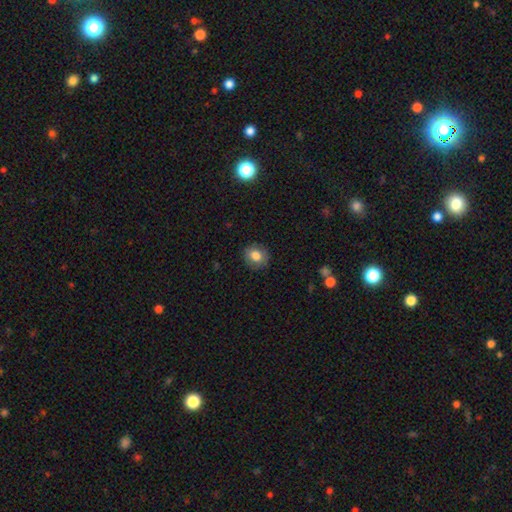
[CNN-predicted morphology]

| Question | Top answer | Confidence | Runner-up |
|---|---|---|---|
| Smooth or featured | smooth | 79% | featured or disk (12%) |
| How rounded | round | 76% | in between (23%) |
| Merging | none | 88% | minor disturbance (9%) |